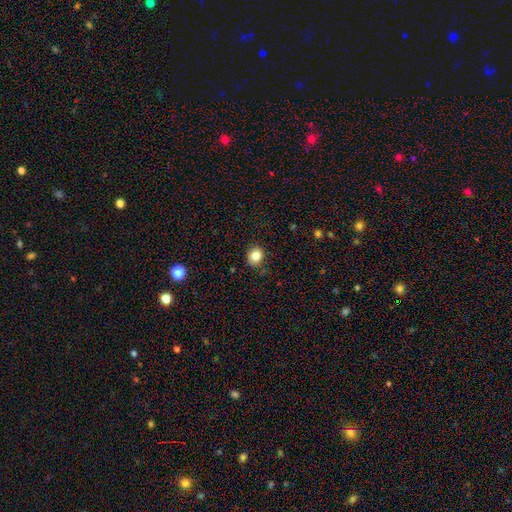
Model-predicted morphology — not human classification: This appears to be a smooth galaxy with no disk features (83%) that is round (73%). Merging: none (86%).